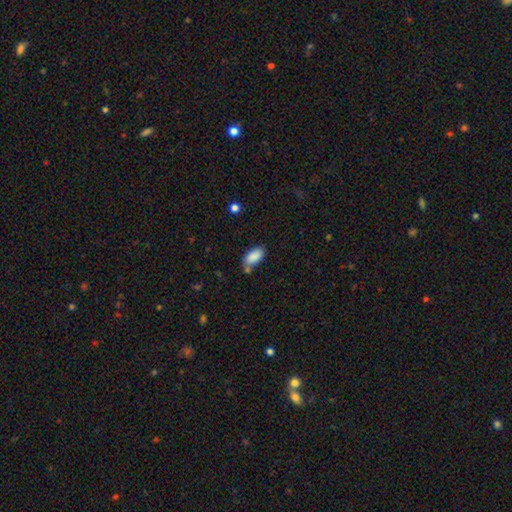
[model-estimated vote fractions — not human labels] Smooth or featured: smooth — 87% (star or artifact — 7%)
How rounded: in between — 93% (cigar-shaped — 5%)
Merging: none — 59% (minor disturbance — 20%)